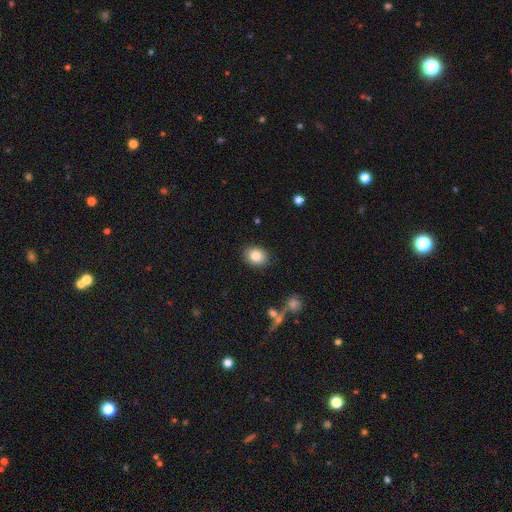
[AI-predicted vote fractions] Overall: smooth (83%). How rounded: in between (58%; round 41%). Merging: none (88%).